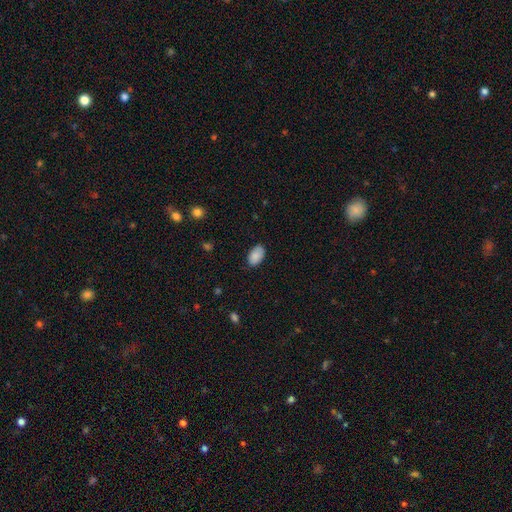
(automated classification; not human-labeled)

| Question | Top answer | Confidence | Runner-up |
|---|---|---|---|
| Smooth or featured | smooth | 89% | star or artifact (7%) |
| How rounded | in between | 93% | round (5%) |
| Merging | none | 83% | minor disturbance (13%) |